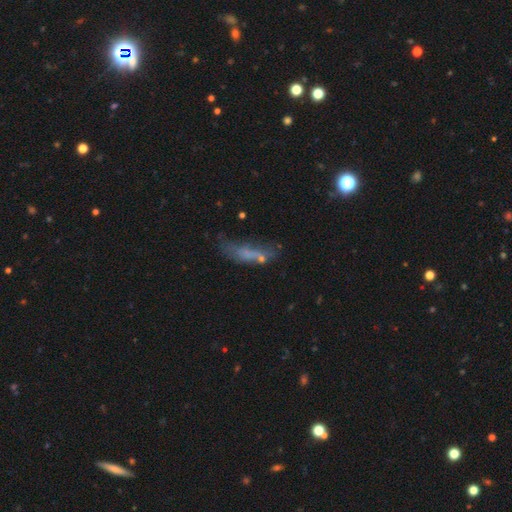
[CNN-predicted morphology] type=smooth (51%); roundness=cigar-shaped (50%); merging=none (34%).